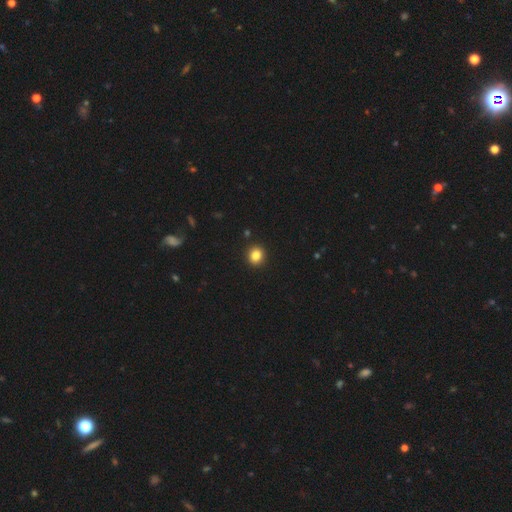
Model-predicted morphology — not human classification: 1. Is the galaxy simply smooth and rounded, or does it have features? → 85% smooth, 11% star or artifact, 5% featured or disk.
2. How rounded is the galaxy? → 82% round, 17% in between, 1% cigar-shaped.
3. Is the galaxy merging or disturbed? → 93% none, 5% minor disturbance, 2% major disturbance, 1% merger.